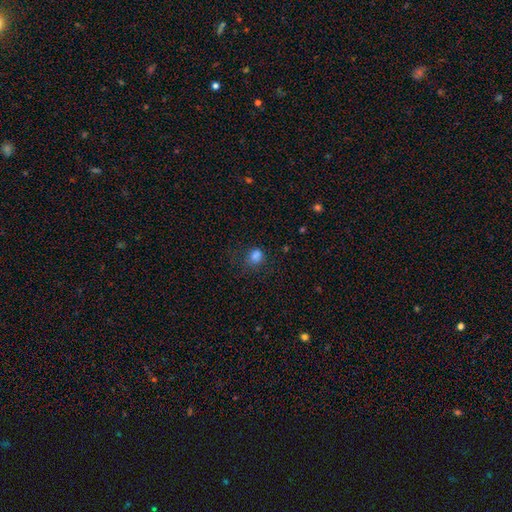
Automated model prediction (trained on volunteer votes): A smooth galaxy with no disk features (79%) that is round (60%). Merging: none (56%).